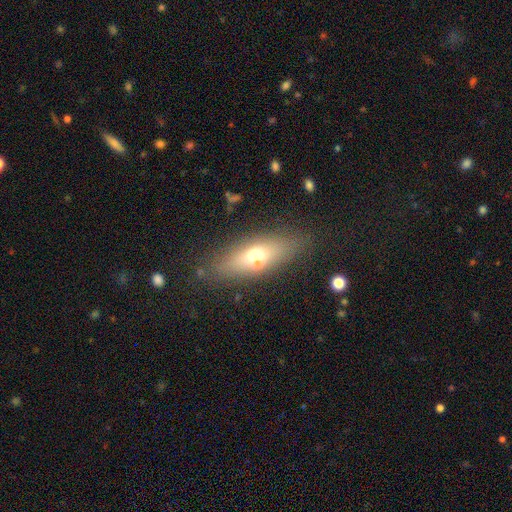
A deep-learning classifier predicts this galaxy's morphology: This is possibly a smooth galaxy (55%). How rounded: likely in between (70%). Merging: likely none (67%).